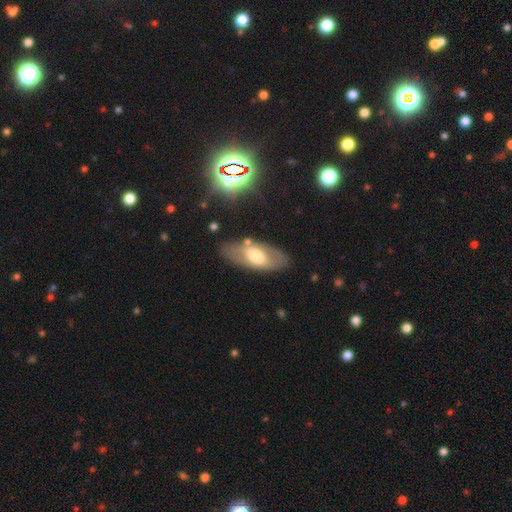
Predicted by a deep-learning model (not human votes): smooth-or-featured: smooth: 49% | featured or disk: 43% | star or artifact: 8%
  merging: none: 74% | minor disturbance: 15% | major disturbance: 6% | merger: 5%